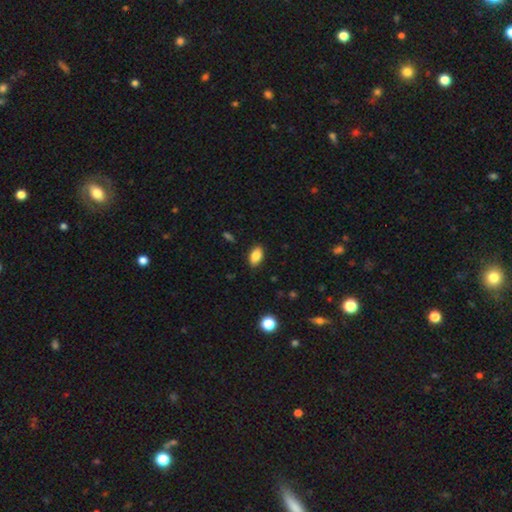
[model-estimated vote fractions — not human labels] Smooth or featured: smooth — 86% (star or artifact — 8%)
How rounded: in between — 91% (round — 6%)
Merging: none — 87% (minor disturbance — 10%)